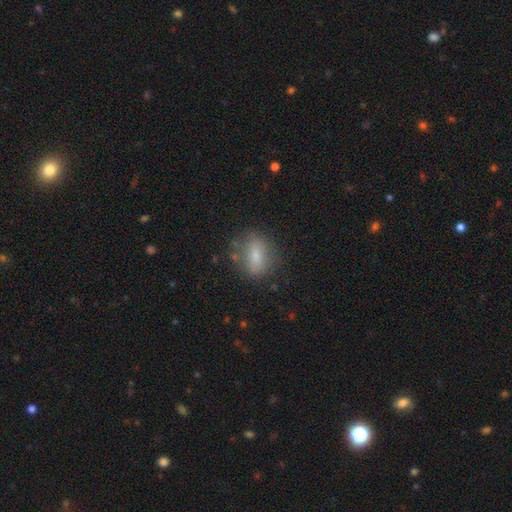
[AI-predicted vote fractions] This appears to be a smooth galaxy with no disk features (72%) that is in between round and cigar-shaped (67%). Merging: none (74%).